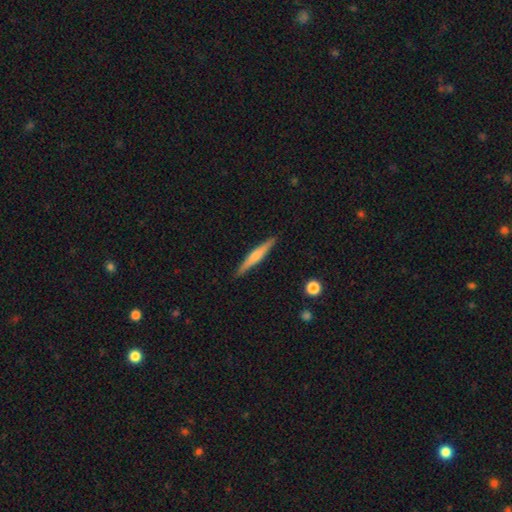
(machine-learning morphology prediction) Smooth or featured? Predicted: featured or disk (p=0.50). Merging? Predicted: none (p=0.90).